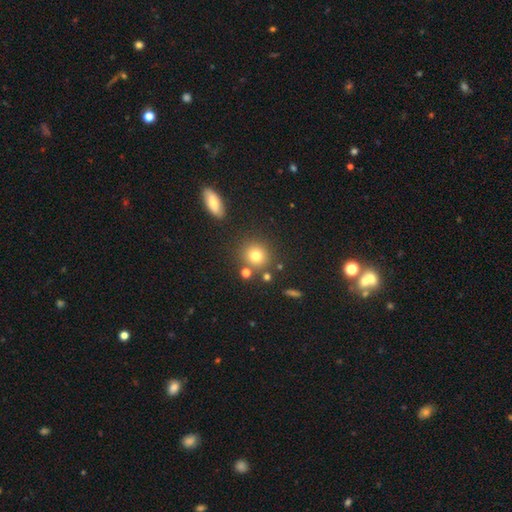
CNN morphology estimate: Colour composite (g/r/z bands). It shows a smooth galaxy with no disk features (76%) that is round (89%). Merging: none (80%).